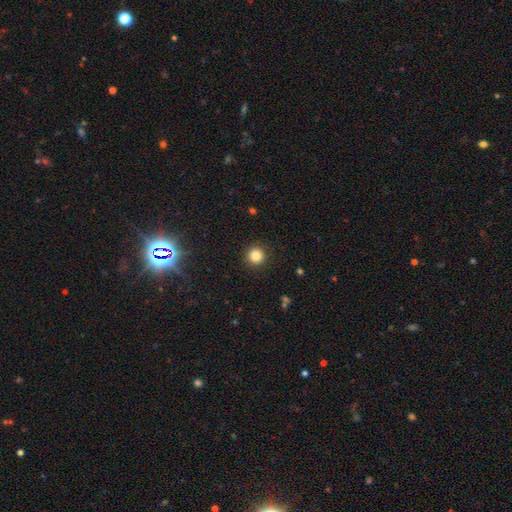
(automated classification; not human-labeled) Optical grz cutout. It shows a smooth galaxy with no disk features (84%) that is round (94%). Merging: none (91%).